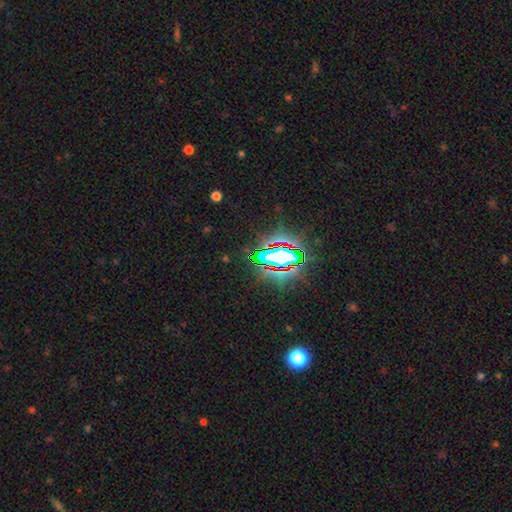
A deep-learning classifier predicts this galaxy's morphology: This is clearly a star or artifact rather than a galaxy (81%).